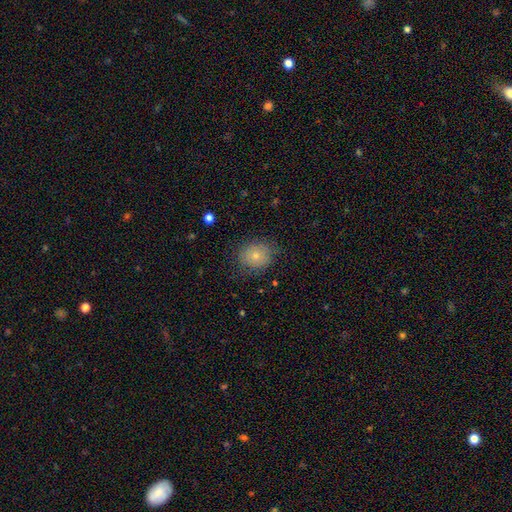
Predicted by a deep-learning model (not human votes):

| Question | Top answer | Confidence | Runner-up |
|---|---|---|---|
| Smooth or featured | smooth | 73% | featured or disk (17%) |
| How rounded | round | 71% | in between (28%) |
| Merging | none | 76% | minor disturbance (18%) |